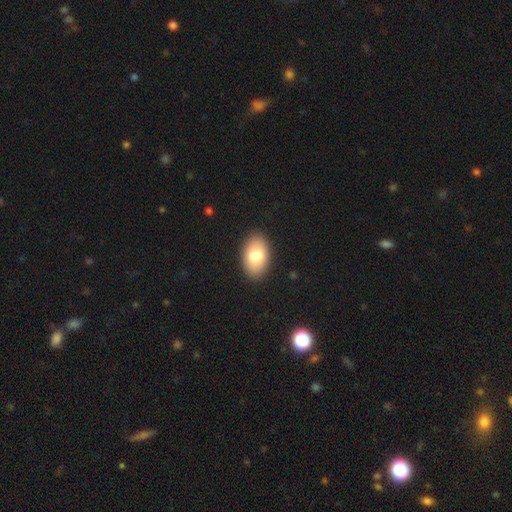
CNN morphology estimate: Smooth or featured? Predicted: smooth (p=0.80). How rounded? Predicted: in between (p=0.91). Merging? Predicted: none (p=0.90).